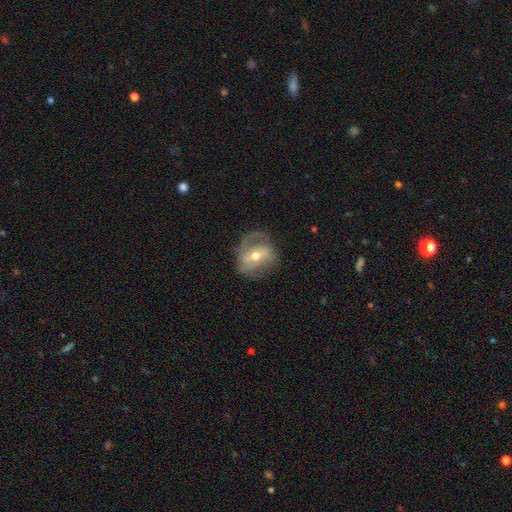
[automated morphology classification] Smooth or featured? featured or disk (70%)
Edge-on disk? no (95%)
Bar? weak (40%)
Spiral arms? yes (79%)
Spiral winding? medium (42%)
Spiral arm count? 2 (54%)
Bulge size? moderate (70%)
Merging? none (60%)